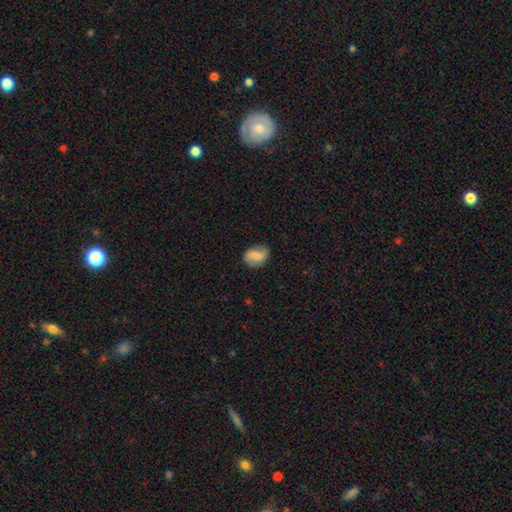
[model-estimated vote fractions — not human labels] Overall: smooth (60%; featured or disk 32%). How rounded: in between (61%; round 37%). Merging: none (78%).